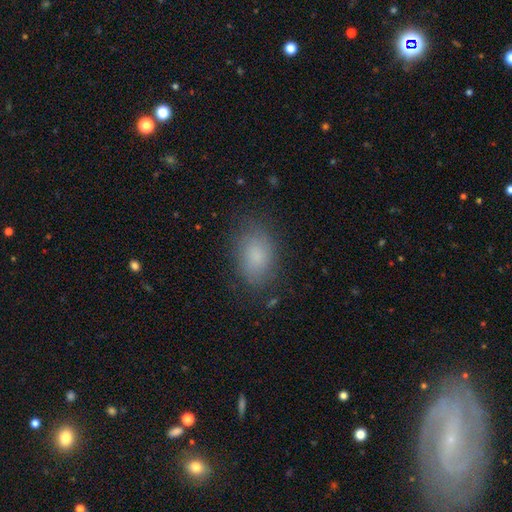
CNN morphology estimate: smooth-or-featured: smooth: 80% | featured or disk: 10% | star or artifact: 9%
  how-rounded: in between: 87% | round: 12% | cigar-shaped: 2%
  merging: none: 80% | minor disturbance: 14% | major disturbance: 5% | merger: 1%